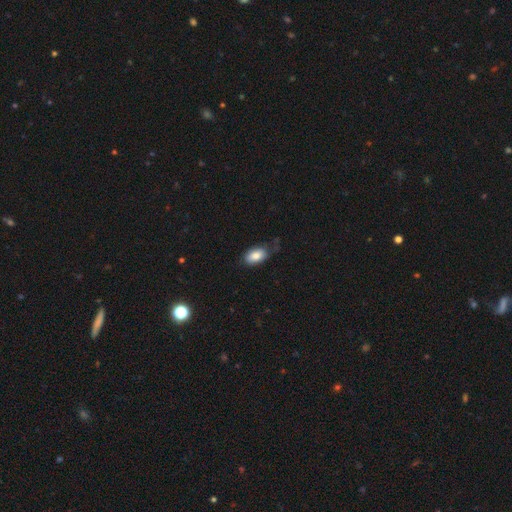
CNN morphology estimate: A smooth galaxy with no disk features (84%) that is in between round and cigar-shaped (92%). Merging: none (64%).